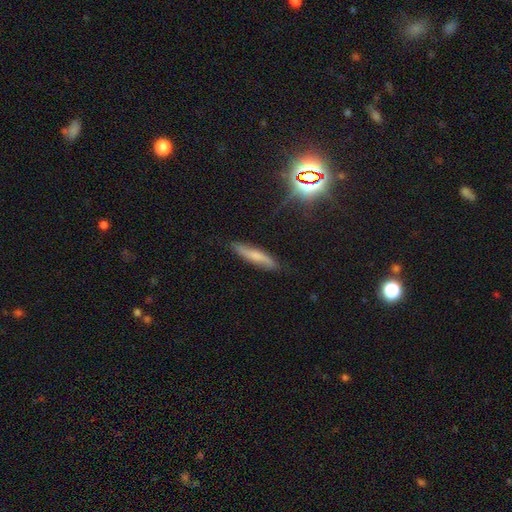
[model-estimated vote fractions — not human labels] This is possibly a smooth galaxy (55%). How rounded: clearly cigar-shaped (85%). Merging: clearly none (81%).